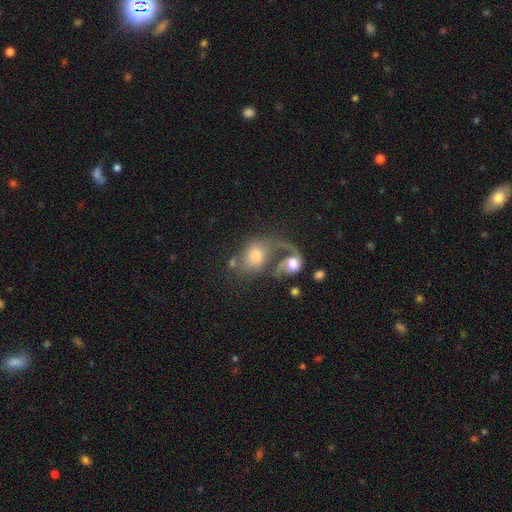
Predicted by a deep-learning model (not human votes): Smooth or featured? Predicted: smooth (p=0.48). Merging? Predicted: merger (p=0.55).